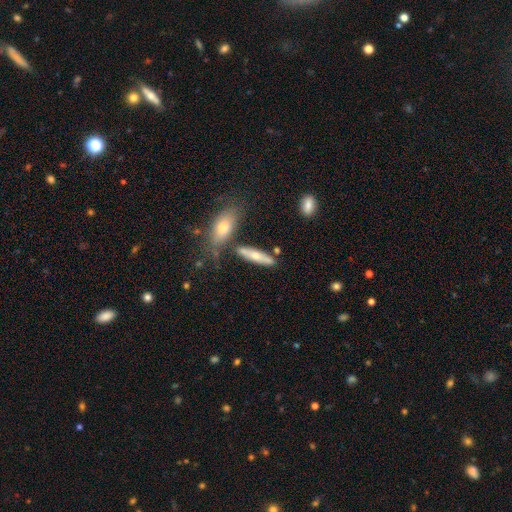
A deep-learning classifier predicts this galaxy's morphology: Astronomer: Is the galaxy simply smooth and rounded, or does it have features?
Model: smooth — 60%.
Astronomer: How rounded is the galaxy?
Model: cigar-shaped — 69%.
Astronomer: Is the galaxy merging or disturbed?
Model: none — 69%.